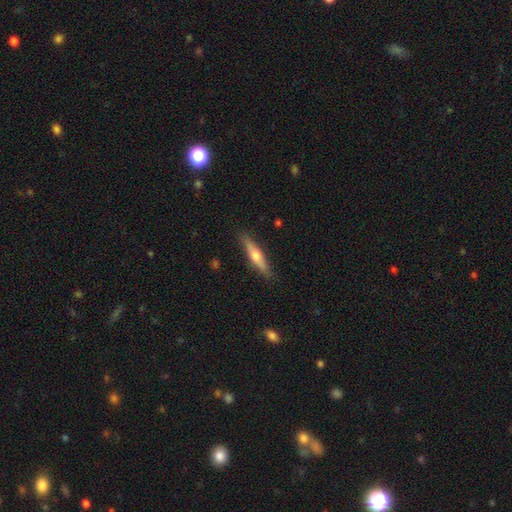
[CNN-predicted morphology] Smooth or featured: featured or disk — 50% (smooth — 44%)
Merging: none — 88% (minor disturbance — 9%)